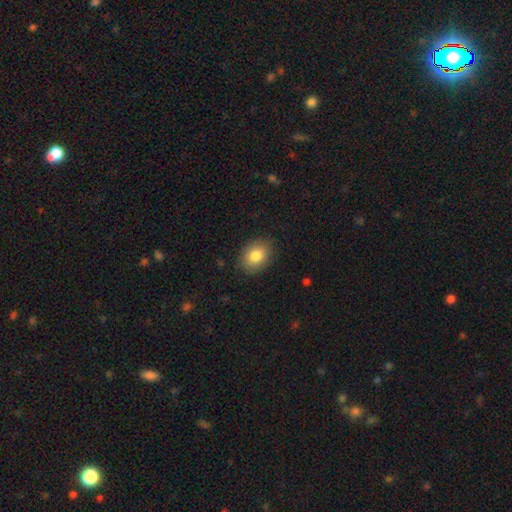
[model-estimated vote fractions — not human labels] smooth 84%, featured or disk 8%, star or artifact 8%. Down the decision tree: how rounded — in between (69%); merging — none (86%).